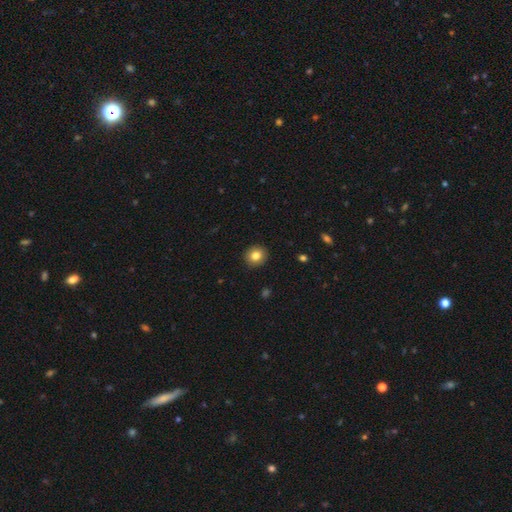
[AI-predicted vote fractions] Overall: smooth (83%). How rounded: round (81%). Merging: none (92%).